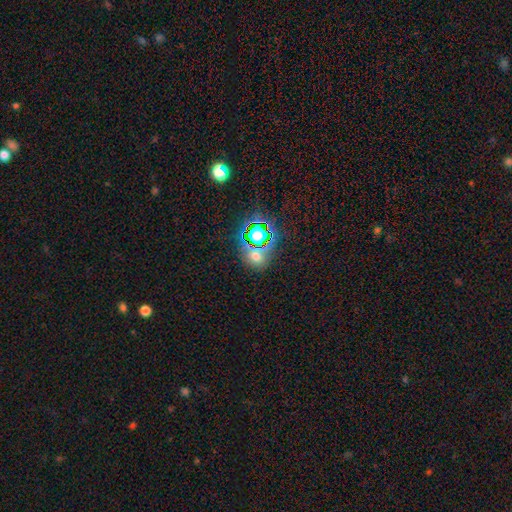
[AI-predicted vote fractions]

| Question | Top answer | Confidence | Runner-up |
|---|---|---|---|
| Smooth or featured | smooth | 47% | star or artifact (44%) |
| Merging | none | 70% | merger (15%) |